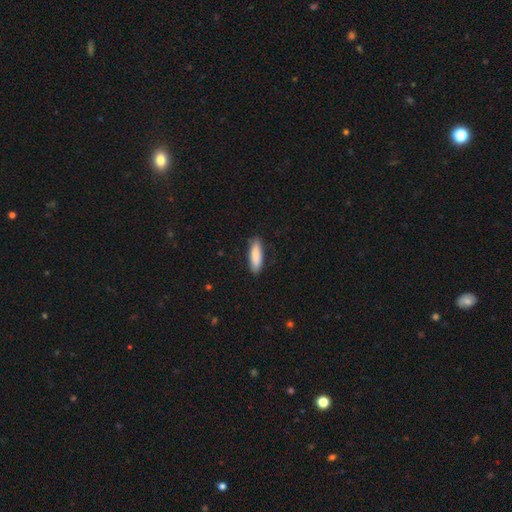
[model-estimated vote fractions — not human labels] Overall: smooth (87%). How rounded: cigar-shaped (54%; in between 45%). Merging: none (87%).